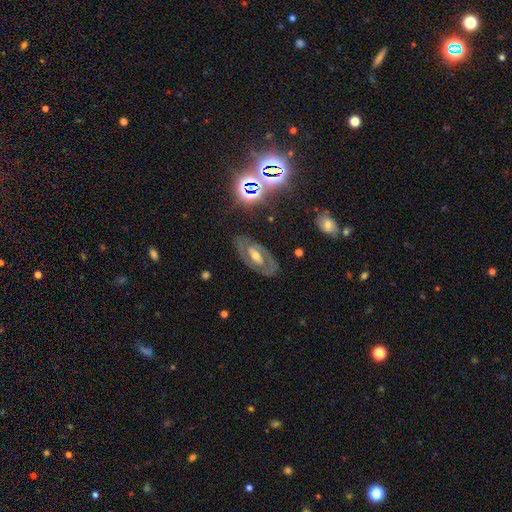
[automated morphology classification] Smooth or featured? Predicted: featured or disk (p=0.76). Edge-on disk? Predicted: no (p=0.92). Bar? Predicted: weak (p=0.38). Spiral arms? Predicted: yes (p=0.65). Bulge size? Predicted: moderate (p=0.60). Merging? Predicted: none (p=0.77).